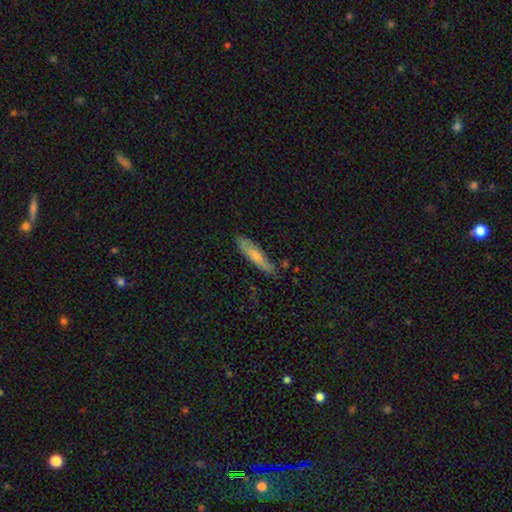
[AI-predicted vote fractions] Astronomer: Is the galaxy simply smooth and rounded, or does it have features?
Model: smooth — 68%.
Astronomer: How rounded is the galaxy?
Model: cigar-shaped — 77%.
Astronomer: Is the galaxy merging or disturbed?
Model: none — 75%.